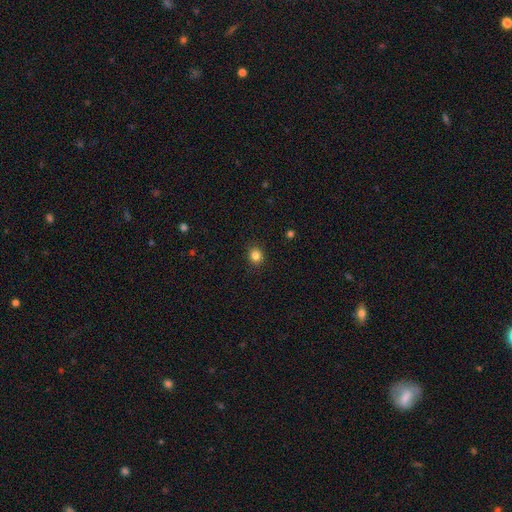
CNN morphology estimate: A smooth galaxy with no disk features (84%) that is round (82%).

Vote fractions:
- Smooth or featured? smooth: 84% / star or artifact: 12% / featured or disk: 4%
- How rounded? round: 82% / in between: 17% / cigar-shaped: 1%
- Merging? none: 91% / minor disturbance: 6% / major disturbance: 2% / merger: 1%